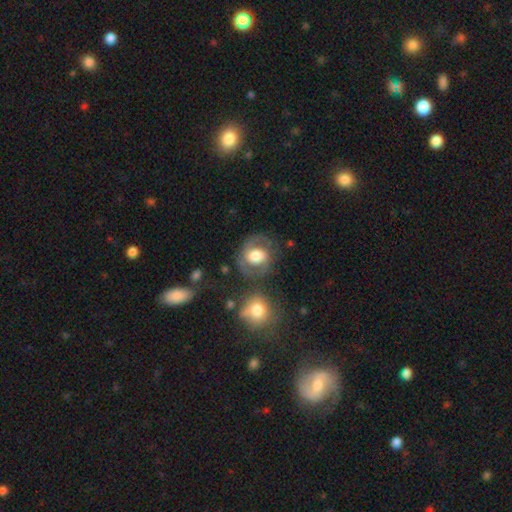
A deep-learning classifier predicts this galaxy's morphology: Smooth or featured: featured or disk — 57% (smooth — 37%)
Edge-on disk: no — 97% (yes — 3%)
Bar: no — 55% (weak — 34%)
Spiral arms: yes — 70% (no — 30%)
Bulge size: moderate — 48% (large — 40%)
Merging: none — 68% (minor disturbance — 16%)